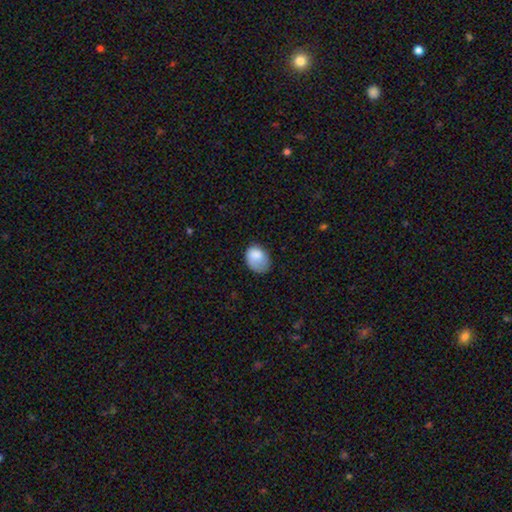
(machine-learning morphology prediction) A smooth galaxy with no disk features (81%) that is in between round and cigar-shaped (66%).

Vote fractions:
- Smooth or featured? smooth: 81% / featured or disk: 11% / star or artifact: 7%
- How rounded? in between: 66% / round: 33% / cigar-shaped: 1%
- Merging? none: 47% / minor disturbance: 33% / major disturbance: 18% / merger: 2%